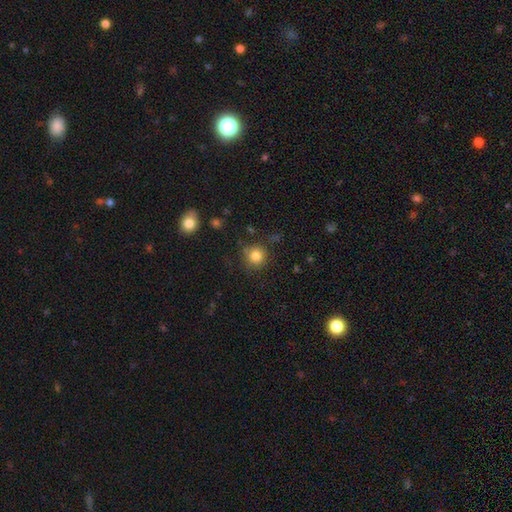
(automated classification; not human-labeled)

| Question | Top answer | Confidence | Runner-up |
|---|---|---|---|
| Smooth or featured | smooth | 82% | star or artifact (12%) |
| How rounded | round | 92% | in between (7%) |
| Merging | none | 82% | minor disturbance (11%) |